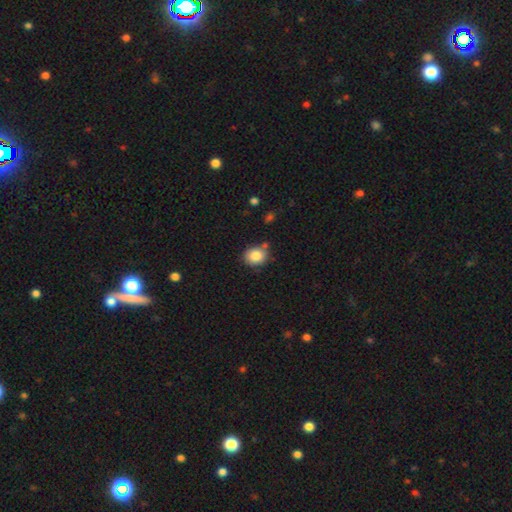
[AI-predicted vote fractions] This appears to be a smooth galaxy with no disk features (84%) that is round (65%). Merging: none (76%).